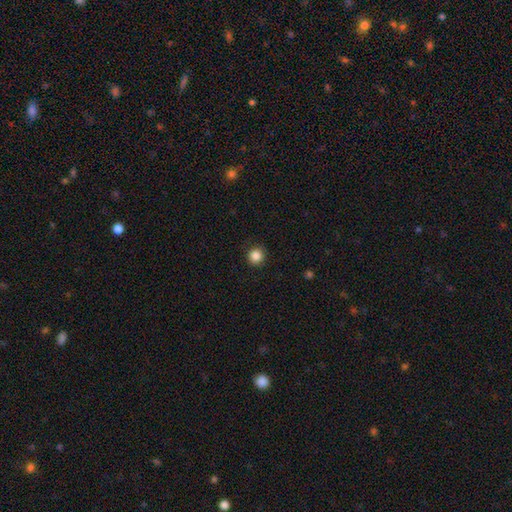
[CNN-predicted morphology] Smooth or featured? Predicted: smooth (p=0.86). How rounded? Predicted: round (p=0.94). Merging? Predicted: none (p=0.91).